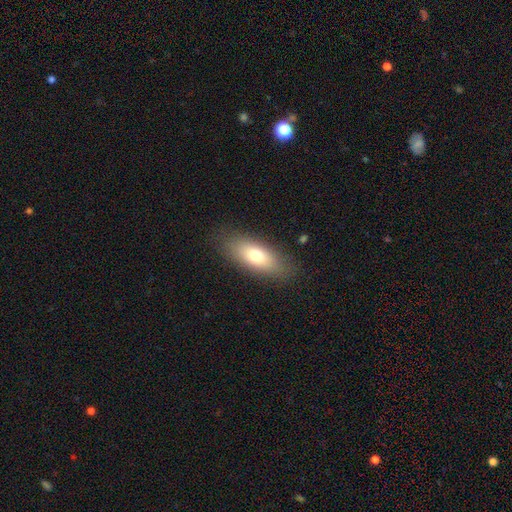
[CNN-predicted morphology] Q: Smooth or featured?
A: smooth (72%); runner-up: featured or disk (20%)
Q: How rounded?
A: in between (77%); runner-up: cigar-shaped (20%)
Q: Merging?
A: none (84%); runner-up: minor disturbance (11%)